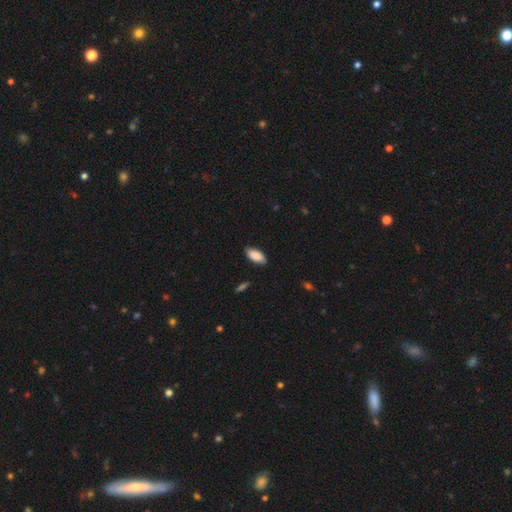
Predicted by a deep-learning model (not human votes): Q: Smooth or featured?
A: smooth (87%); runner-up: featured or disk (7%)
Q: How rounded?
A: in between (91%); runner-up: cigar-shaped (7%)
Q: Merging?
A: none (86%); runner-up: minor disturbance (11%)